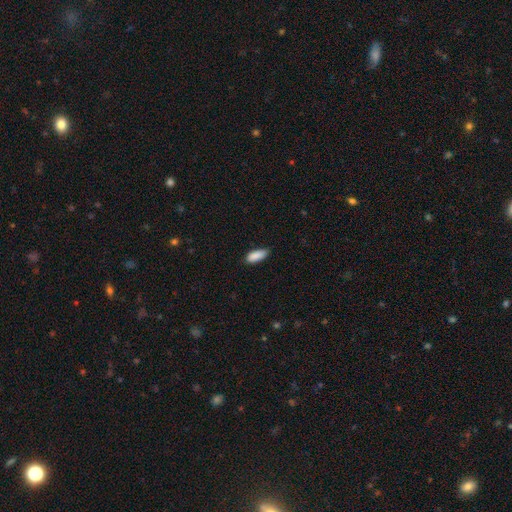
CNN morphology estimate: This appears to be a smooth galaxy with no disk features (89%) that is in between round and cigar-shaped (81%). Merging: none (76%).